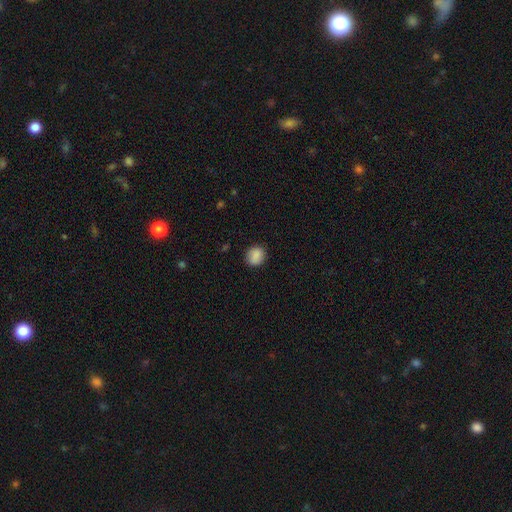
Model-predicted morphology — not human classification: Smooth or featured? Predicted: smooth (p=0.87). How rounded? Predicted: round (p=0.74). Merging? Predicted: none (p=0.84).